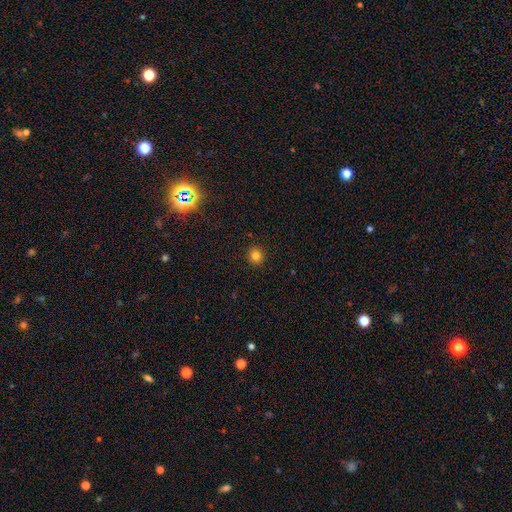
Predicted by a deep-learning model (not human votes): smooth 81%, star or artifact 14%, featured or disk 5%. Down the decision tree: how rounded — round (90%); merging — none (92%).